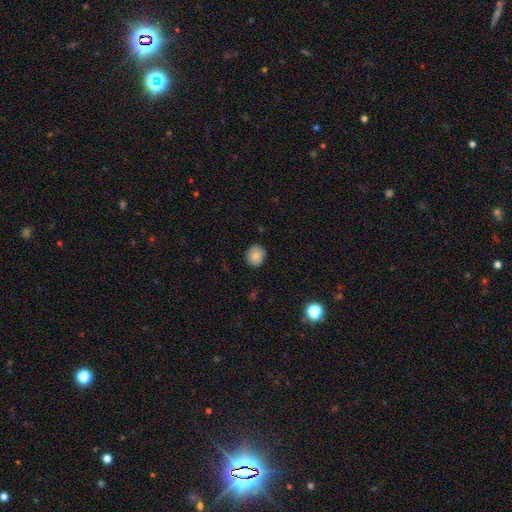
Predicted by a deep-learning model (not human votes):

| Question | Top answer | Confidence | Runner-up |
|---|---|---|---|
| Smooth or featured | smooth | 85% | star or artifact (9%) |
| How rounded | round | 81% | in between (18%) |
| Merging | none | 87% | minor disturbance (10%) |